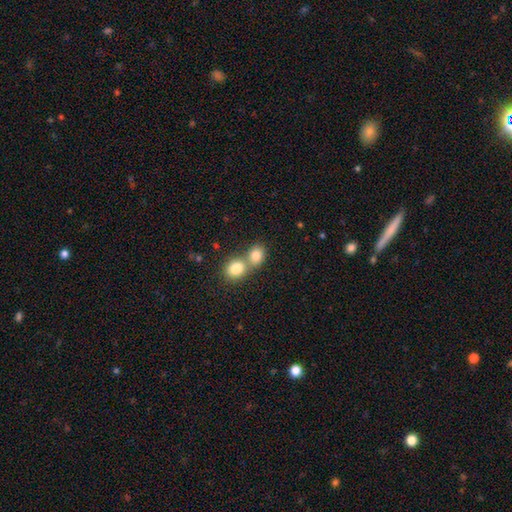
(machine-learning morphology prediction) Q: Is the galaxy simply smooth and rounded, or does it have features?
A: smooth — 81%.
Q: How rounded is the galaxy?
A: round — 56%.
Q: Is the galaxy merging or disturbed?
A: merger — 59%.